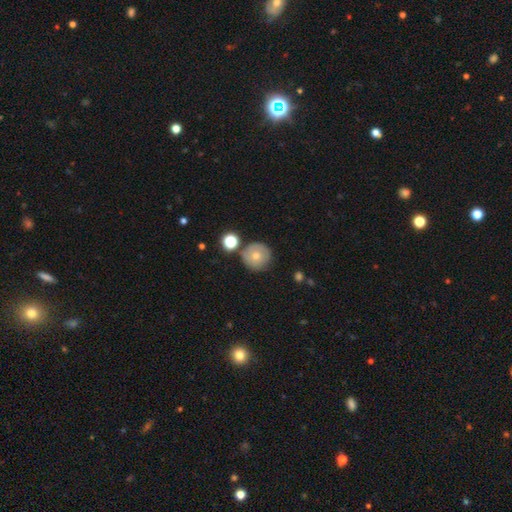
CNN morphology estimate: A smooth galaxy with no disk features (69%) that is round (95%).

Vote fractions:
- Smooth or featured? smooth: 69% / featured or disk: 22% / star or artifact: 10%
- How rounded? round: 95% / in between: 4% / cigar-shaped: 1%
- Merging? none: 76% / minor disturbance: 12% / merger: 8% / major disturbance: 3%